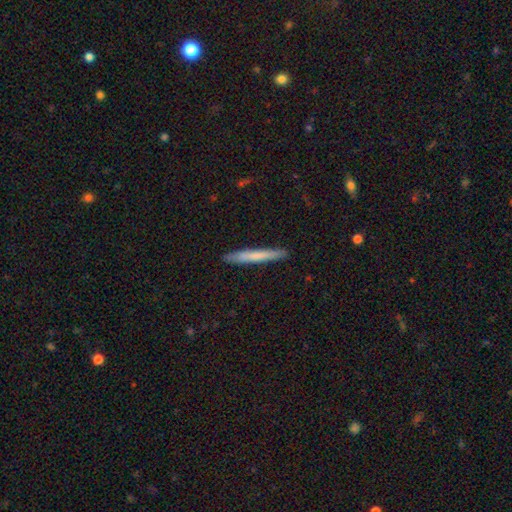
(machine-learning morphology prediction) Smooth or featured: smooth — 68% (featured or disk — 27%)
How rounded: cigar-shaped — 97% (in between — 2%)
Merging: none — 91% (minor disturbance — 7%)